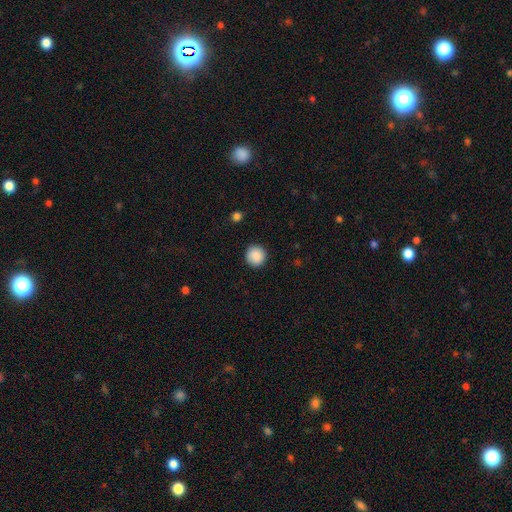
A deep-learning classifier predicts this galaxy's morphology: Smooth or featured? Predicted: smooth (p=0.89). How rounded? Predicted: round (p=0.94). Merging? Predicted: none (p=0.91).